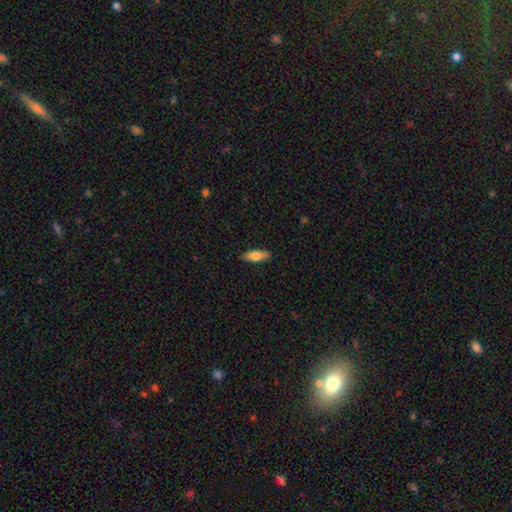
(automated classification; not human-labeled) This is likely a smooth galaxy (74%). How rounded: likely in between (62%). Merging: clearly none (88%).